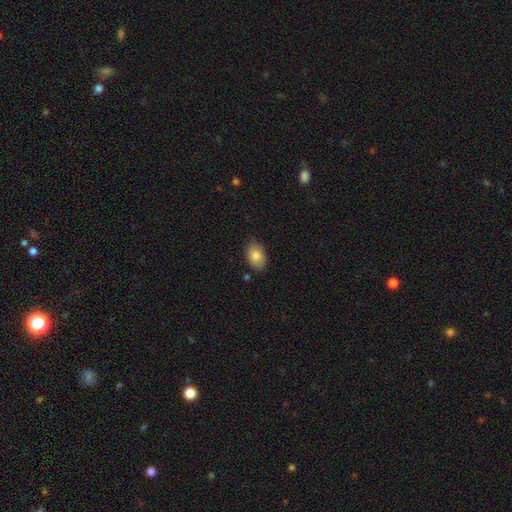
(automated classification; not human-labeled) Q: Smooth or featured?
A: smooth (83%); runner-up: featured or disk (10%)
Q: How rounded?
A: in between (87%); runner-up: round (12%)
Q: Merging?
A: none (80%); runner-up: minor disturbance (15%)